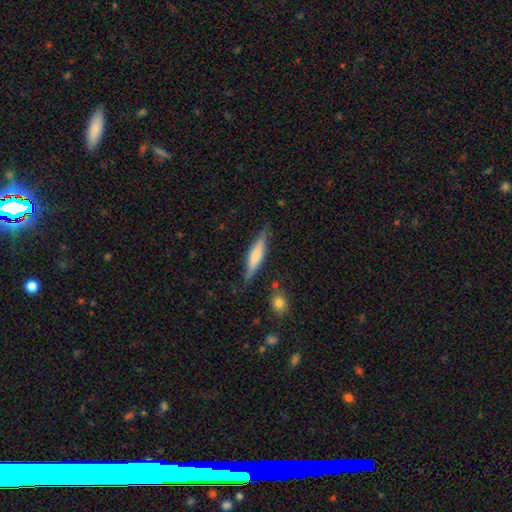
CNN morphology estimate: Q: Smooth or featured?
A: smooth (49%); runner-up: featured or disk (45%)
Q: Merging?
A: none (80%); runner-up: minor disturbance (14%)